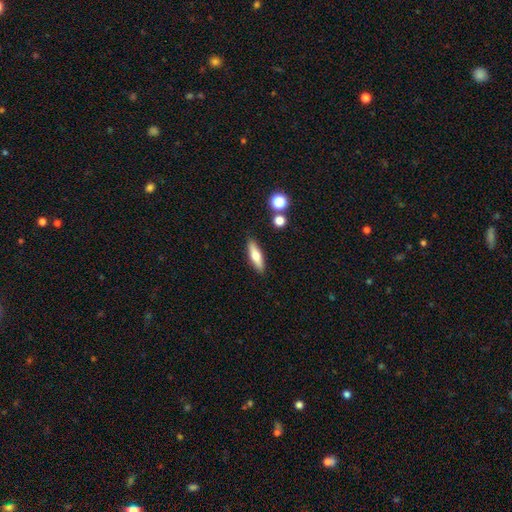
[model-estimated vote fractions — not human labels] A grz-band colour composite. It shows a smooth galaxy with no disk features (62%) that is cigar-shaped (59%). Merging: none (87%).